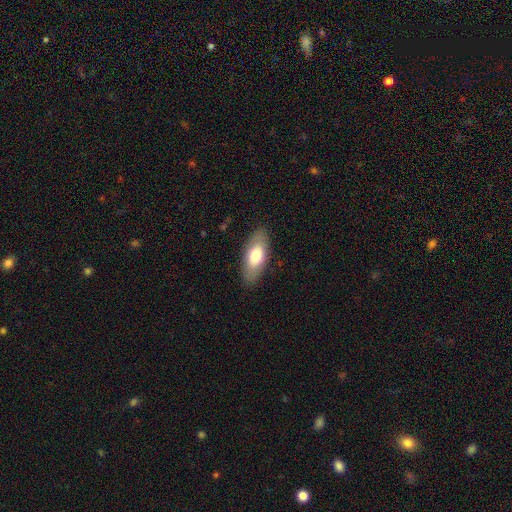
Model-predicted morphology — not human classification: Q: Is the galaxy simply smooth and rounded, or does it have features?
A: smooth — 70%.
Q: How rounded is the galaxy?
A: in between — 84%.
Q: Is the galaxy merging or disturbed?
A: none — 85%.